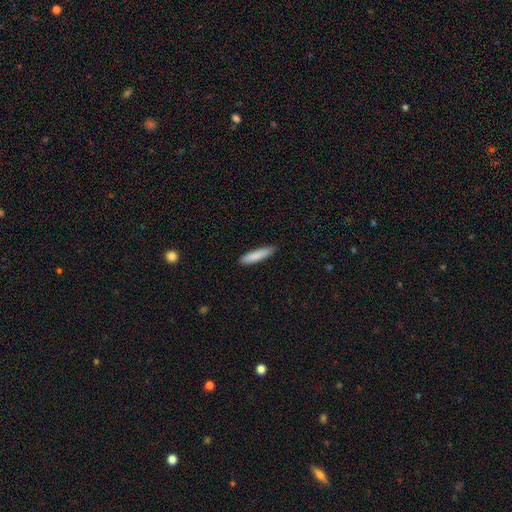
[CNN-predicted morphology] smooth_or_featured: smooth (p=0.85) [alt: featured or disk p=0.09]
how_rounded: cigar-shaped (p=0.83) [alt: in between p=0.16]
merging: none (p=0.83) [alt: minor disturbance p=0.13]